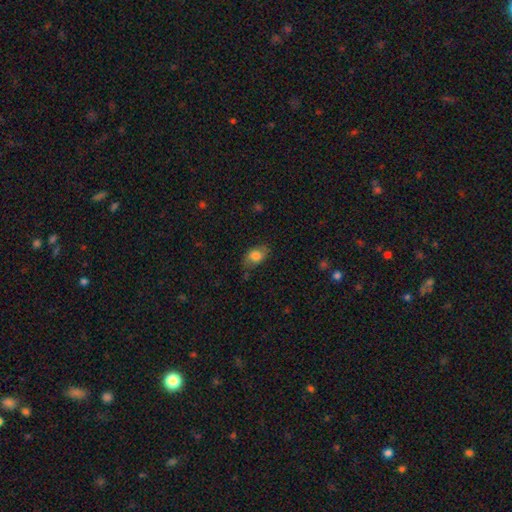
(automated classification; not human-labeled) smooth-or-featured: smooth: 78% | featured or disk: 14% | star or artifact: 9%
  how-rounded: in between: 85% | round: 13% | cigar-shaped: 2%
  merging: none: 73% | minor disturbance: 20% | major disturbance: 5% | merger: 2%